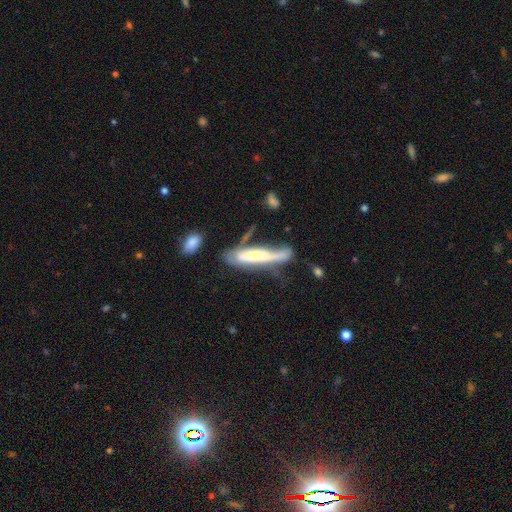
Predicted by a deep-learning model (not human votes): Smooth or featured? featured or disk (47%)
Merging? none (34%)